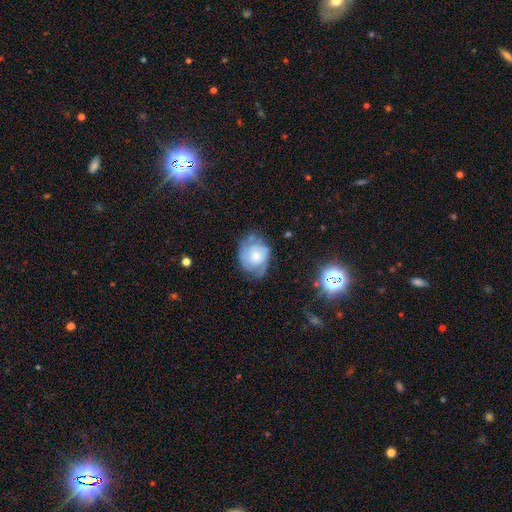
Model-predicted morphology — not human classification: Q: Smooth or featured?
A: featured or disk (52%); runner-up: smooth (40%)
Q: Edge-on disk?
A: no (97%); runner-up: yes (3%)
Q: Merging?
A: none (51%); runner-up: minor disturbance (31%)